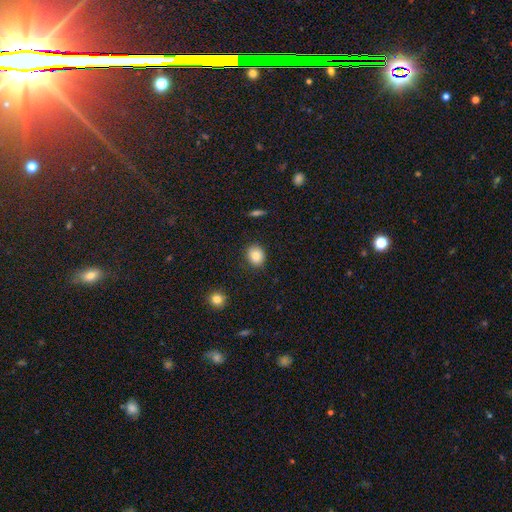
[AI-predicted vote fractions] This appears to be a smooth galaxy with no disk features (84%) that is round (61%). Merging: none (87%).